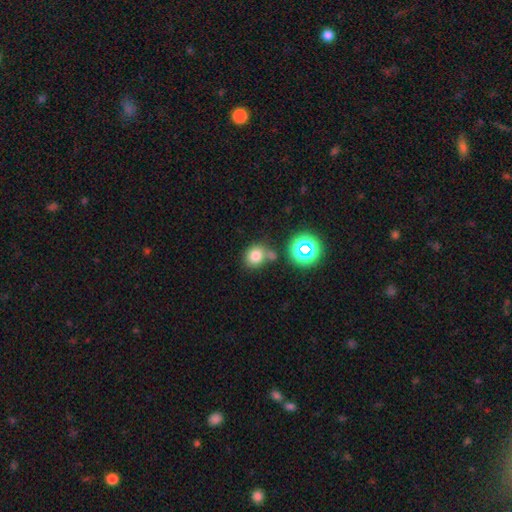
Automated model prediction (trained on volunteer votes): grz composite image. It shows a smooth galaxy with no disk features (75%) that is round (75%). Merging: none (60%).